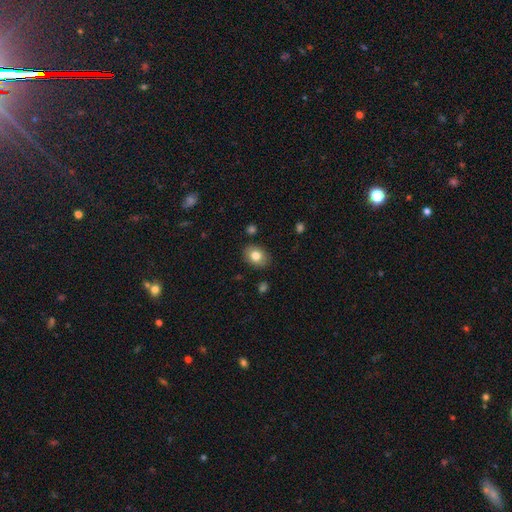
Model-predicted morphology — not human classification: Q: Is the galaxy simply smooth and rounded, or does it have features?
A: smooth — 80%.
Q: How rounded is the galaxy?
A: in between — 66%.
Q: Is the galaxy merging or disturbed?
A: none — 86%.